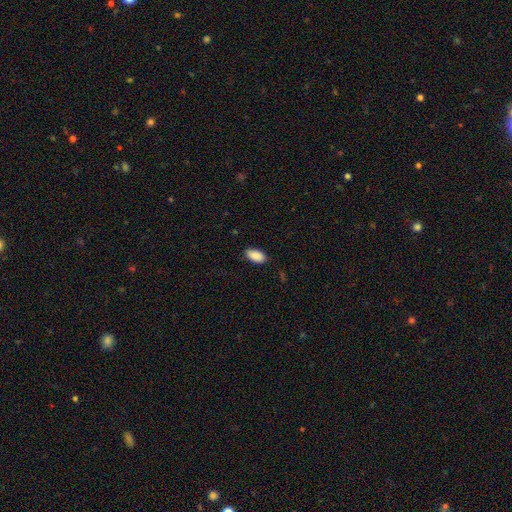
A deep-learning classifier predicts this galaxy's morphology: The model was most divided on "merging": none: 85%, minor disturbance: 12%, major disturbance: 2%, merger: 1%. More confident: how rounded — in between (94%); smooth or featured — smooth (90%).